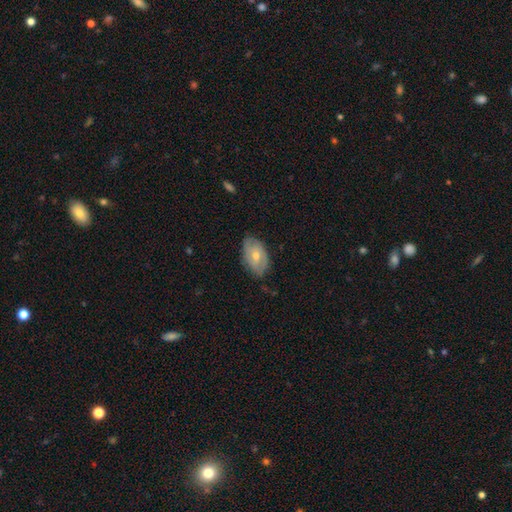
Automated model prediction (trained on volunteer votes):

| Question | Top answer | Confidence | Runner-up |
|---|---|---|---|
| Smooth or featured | featured or disk | 50% | smooth (44%) |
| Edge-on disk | no | 93% | yes (7%) |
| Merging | none | 74% | minor disturbance (21%) |